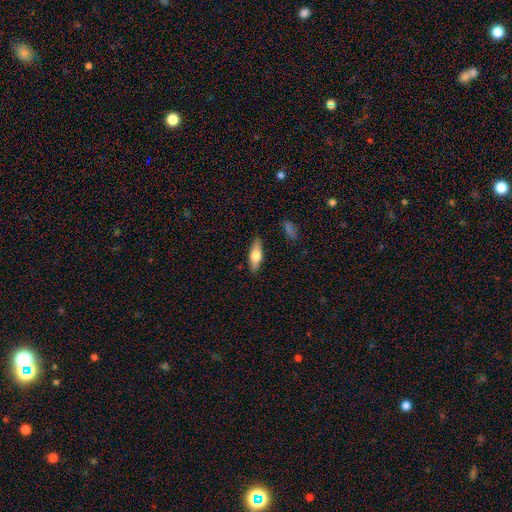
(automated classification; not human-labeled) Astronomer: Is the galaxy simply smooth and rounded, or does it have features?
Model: smooth — 63%.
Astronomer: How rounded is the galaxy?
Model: in between — 60% (runner-up: cigar-shaped, 37%).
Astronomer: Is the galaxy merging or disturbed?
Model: none — 87%.